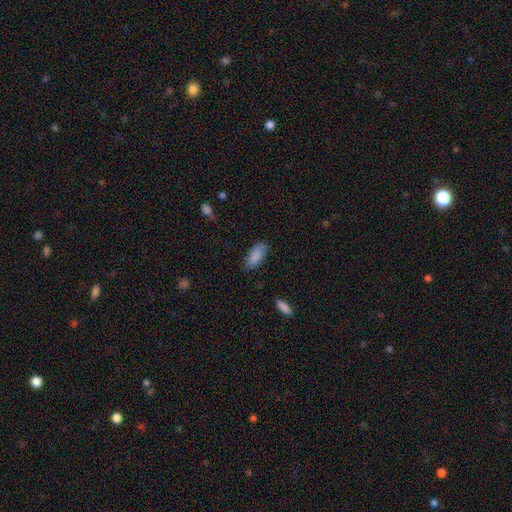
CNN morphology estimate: The model was most divided on "merging": none: 77%, minor disturbance: 18%, major disturbance: 4%, merger: 1%. More confident: how rounded — in between (87%); smooth or featured — smooth (87%).